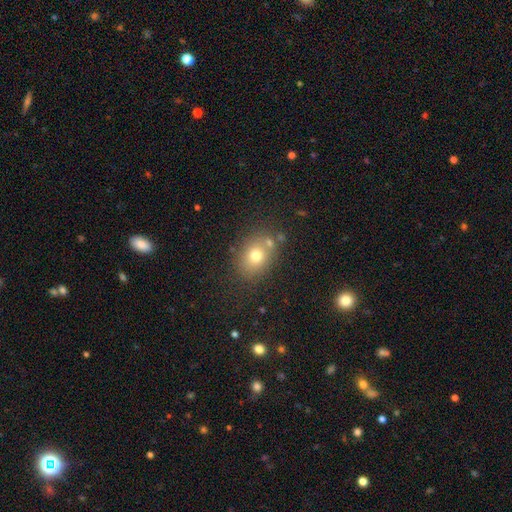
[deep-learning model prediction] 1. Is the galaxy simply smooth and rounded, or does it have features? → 73% smooth, 14% star or artifact, 14% featured or disk.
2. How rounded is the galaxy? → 54% in between, 45% round, 1% cigar-shaped.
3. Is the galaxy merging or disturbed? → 74% none, 12% minor disturbance, 10% merger, 4% major disturbance.